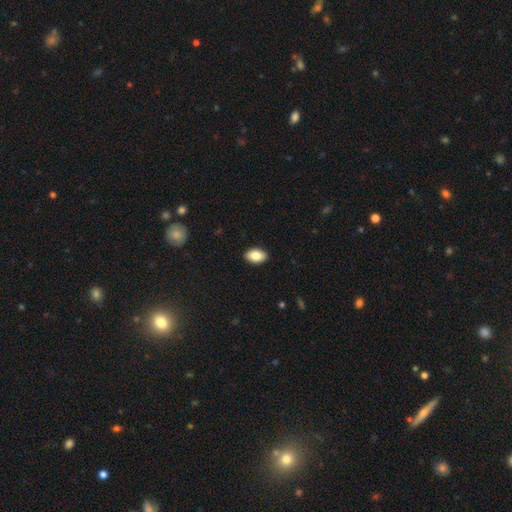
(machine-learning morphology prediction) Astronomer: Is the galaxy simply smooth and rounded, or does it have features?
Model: smooth — 85%.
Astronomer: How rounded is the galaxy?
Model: in between — 91%.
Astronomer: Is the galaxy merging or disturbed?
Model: none — 90%.